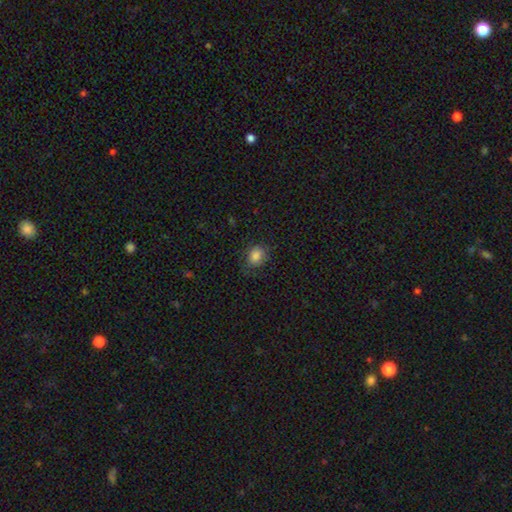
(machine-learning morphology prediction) Smooth or featured? smooth (83%)
How rounded? round (55%)
Merging? none (74%)